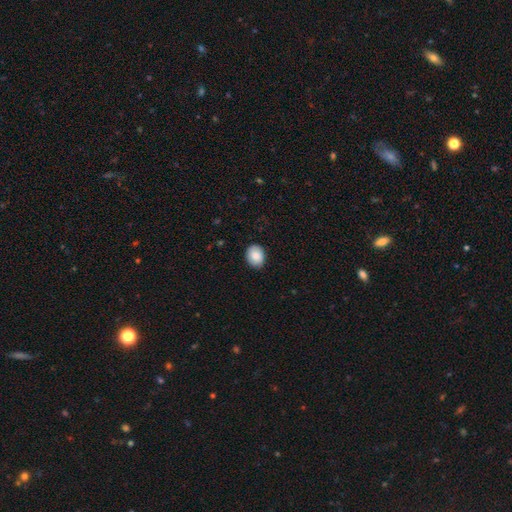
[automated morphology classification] This appears to be a smooth galaxy with no disk features (87%) that is in between round and cigar-shaped (57%). Merging: none (86%).